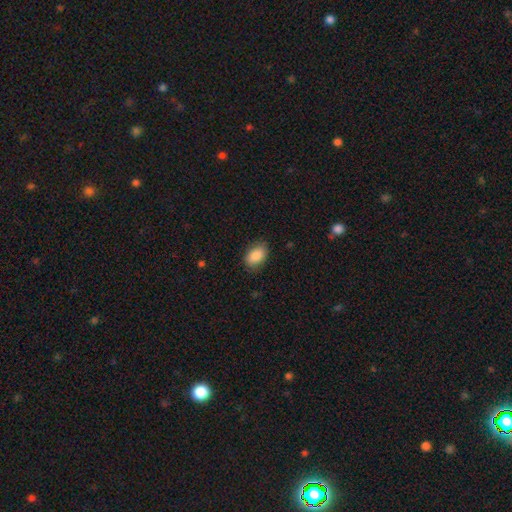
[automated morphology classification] smooth_or_featured: smooth (p=0.88) [alt: star or artifact p=0.07]
how_rounded: in between (p=0.88) [alt: round p=0.10]
merging: none (p=0.81) [alt: minor disturbance p=0.14]